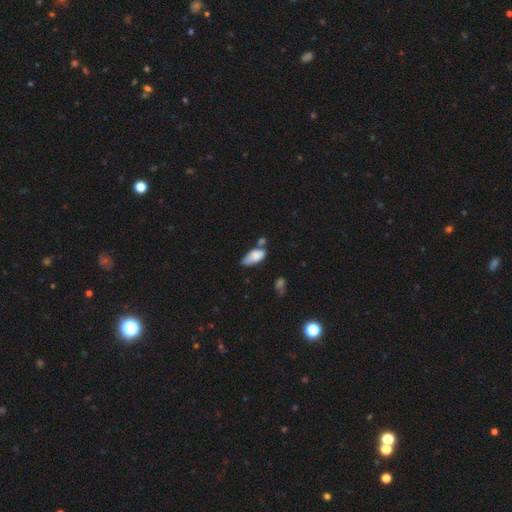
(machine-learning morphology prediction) This appears to be a smooth galaxy with no disk features (80%) that is in between round and cigar-shaped (91%). Merging: none (39%).